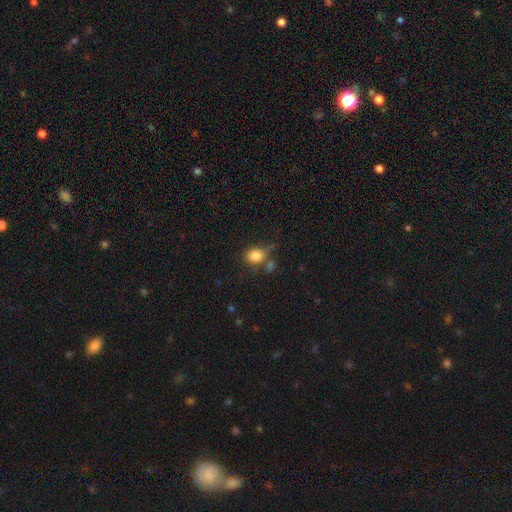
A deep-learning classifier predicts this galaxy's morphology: A smooth galaxy with no disk features (83%) that is round (55%). Merging: none (49%).